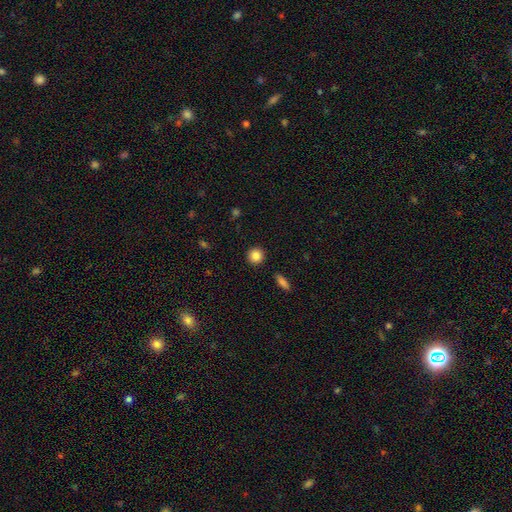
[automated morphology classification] The model was most divided on "smooth or featured": smooth: 85%, star or artifact: 9%, featured or disk: 5%. More confident: how rounded — round (93%); merging — none (92%).